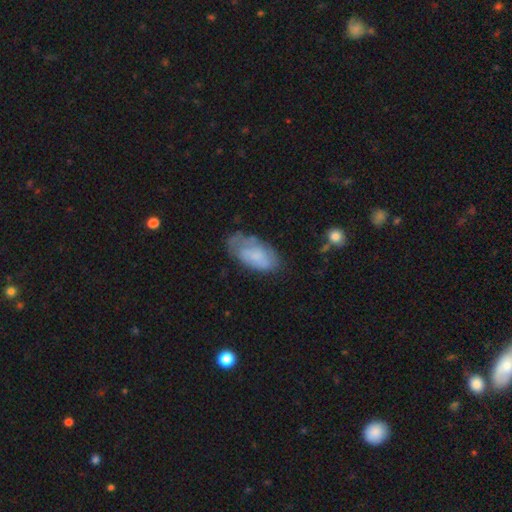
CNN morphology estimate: smooth 59%, featured or disk 34%, star or artifact 7%. Down the decision tree: how rounded — in between (92%); merging — none (53%).